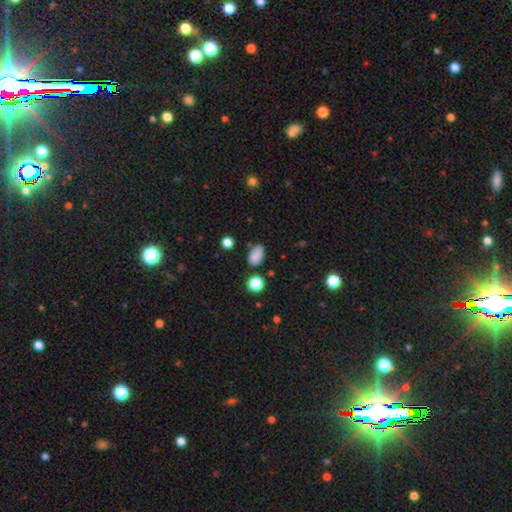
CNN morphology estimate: Q: Smooth or featured?
A: smooth (83%); runner-up: star or artifact (11%)
Q: How rounded?
A: in between (88%); runner-up: round (10%)
Q: Merging?
A: none (68%); runner-up: minor disturbance (22%)